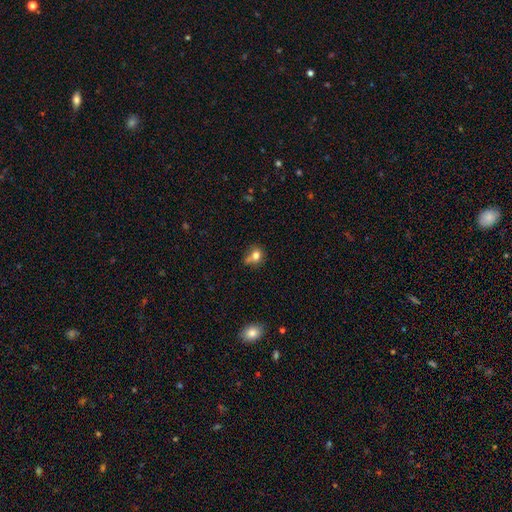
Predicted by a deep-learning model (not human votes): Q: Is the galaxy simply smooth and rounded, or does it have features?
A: smooth — 76%.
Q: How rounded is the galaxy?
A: round — 71%.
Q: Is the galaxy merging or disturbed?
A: none — 48%.